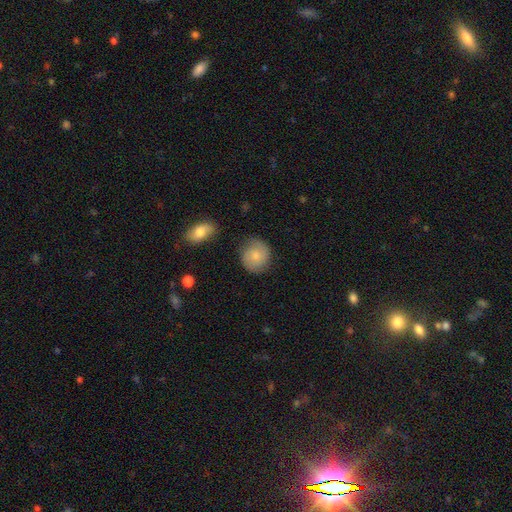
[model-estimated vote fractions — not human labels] Smooth or featured? smooth (74%)
How rounded? round (84%)
Merging? none (79%)